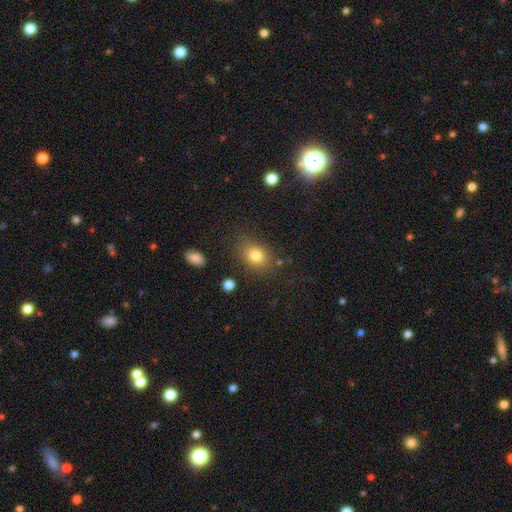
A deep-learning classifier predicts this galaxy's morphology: Overall: smooth (79%). How rounded: in between (55%; round 44%). Merging: none (77%).